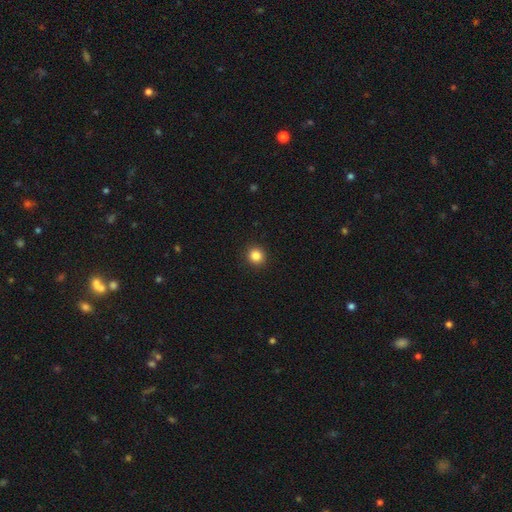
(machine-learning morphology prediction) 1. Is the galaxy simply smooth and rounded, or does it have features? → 84% smooth, 12% star or artifact, 4% featured or disk.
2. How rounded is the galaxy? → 92% round, 7% in between, 1% cigar-shaped.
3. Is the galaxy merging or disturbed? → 93% none, 5% minor disturbance, 2% major disturbance, 1% merger.